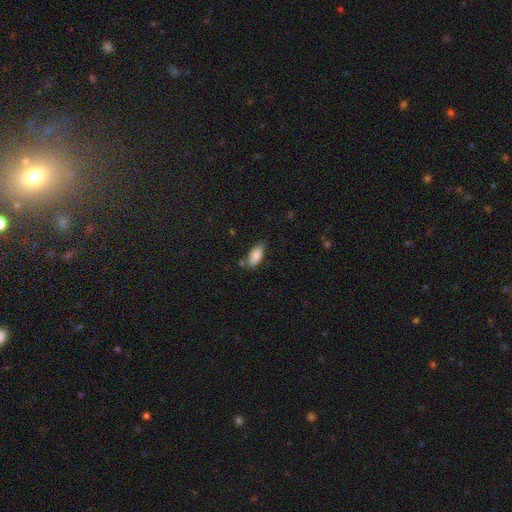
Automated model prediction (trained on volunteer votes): The model was most divided on "merging": none: 67%, minor disturbance: 21%, merger: 7%, major disturbance: 4%. More confident: how rounded — in between (86%); smooth or featured — smooth (86%).